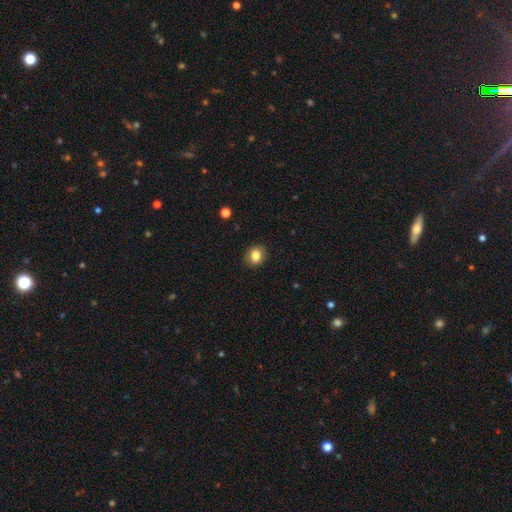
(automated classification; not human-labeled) Morphology: type=smooth (83%); roundness=round (59%); merging=none (87%).